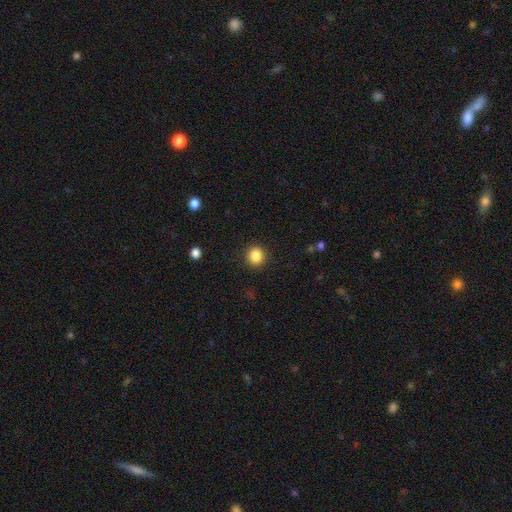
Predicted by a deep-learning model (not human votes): smooth-or-featured: smooth: 86% | star or artifact: 10% | featured or disk: 4%
  how-rounded: round: 86% | in between: 13% | cigar-shaped: 1%
  merging: none: 90% | minor disturbance: 6% | major disturbance: 2% | merger: 1%